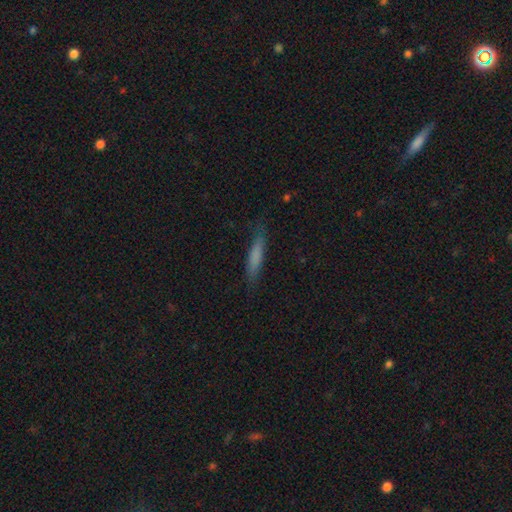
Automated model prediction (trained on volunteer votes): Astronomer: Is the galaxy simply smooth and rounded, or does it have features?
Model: smooth — 72%.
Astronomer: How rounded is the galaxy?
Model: cigar-shaped — 88%.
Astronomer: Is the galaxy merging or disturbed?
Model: none — 81%.